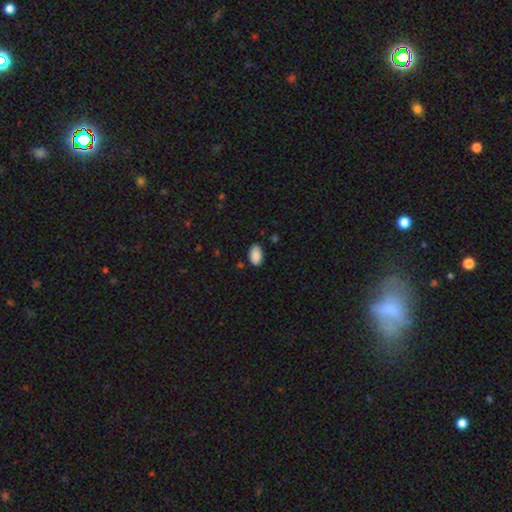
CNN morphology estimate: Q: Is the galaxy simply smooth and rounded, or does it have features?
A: smooth — 90%.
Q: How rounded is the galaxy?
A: in between — 94%.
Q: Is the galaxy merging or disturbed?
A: none — 82%.